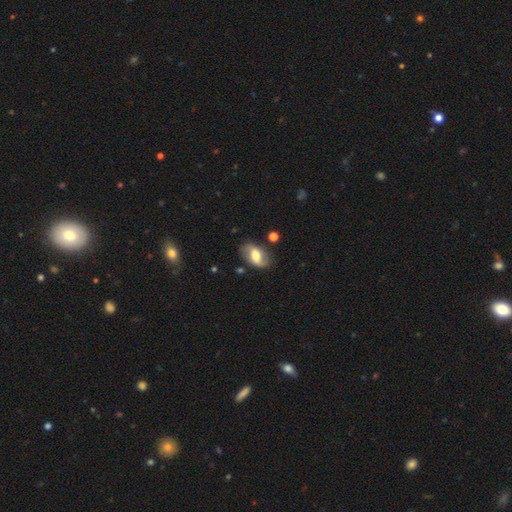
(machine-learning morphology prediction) Smooth or featured? featured or disk (56%)
Edge-on disk? no (94%)
Bar? weak (42%)
Spiral arms? yes (80%)
Bulge size? moderate (59%)
Merging? none (74%)